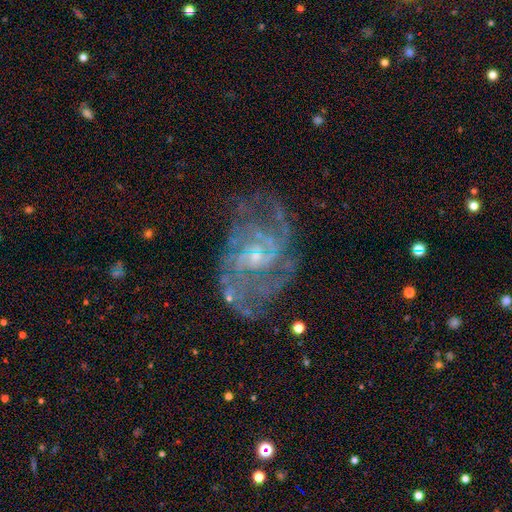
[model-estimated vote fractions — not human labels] This is clearly a featured or disk galaxy (86%). It is clearly not viewed edge-on (97%). Bar: possibly no (57%). Spiral arm pattern: clearly yes (92%). Spiral arm count: marginally can't tell (30%). Spiral winding: marginally medium (45%). Central bulge: likely small (72%). Merging: likely none (61%).